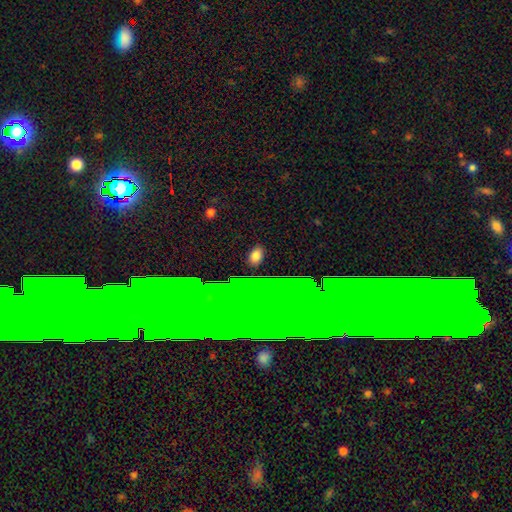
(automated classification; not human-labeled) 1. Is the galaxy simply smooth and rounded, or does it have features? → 60% smooth, 29% star or artifact, 11% featured or disk.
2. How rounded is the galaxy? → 60% in between, 35% round, 6% cigar-shaped.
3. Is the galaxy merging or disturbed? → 86% none, 9% minor disturbance, 3% major disturbance, 2% merger.